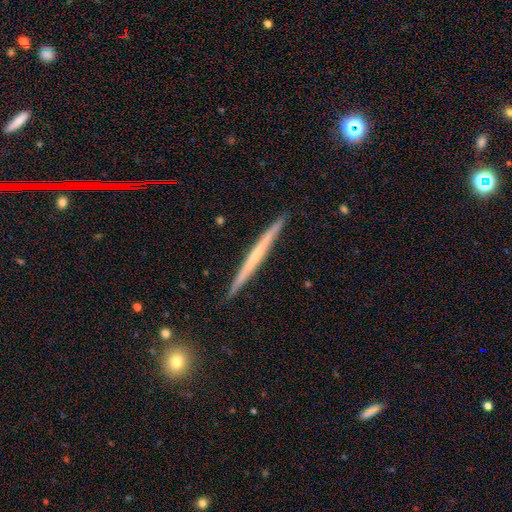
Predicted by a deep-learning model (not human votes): smooth-or-featured: featured or disk: 63% | smooth: 31% | star or artifact: 6%
  disk-edge-on: yes: 98% | no: 2%
    edge-on-bulge: none: 74% | rounded: 21% | boxy: 4%
  merging: none: 91% | minor disturbance: 6% | major disturbance: 1% | merger: 1%